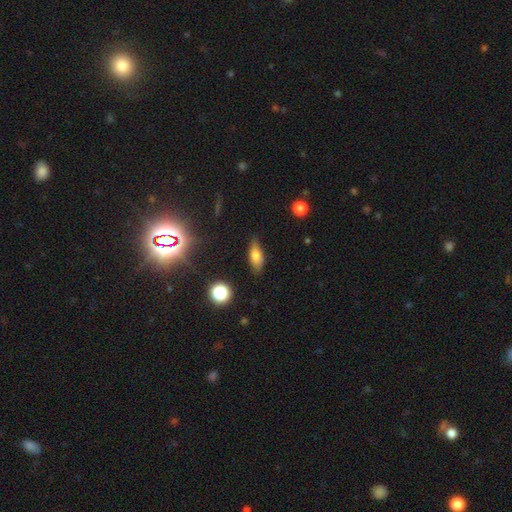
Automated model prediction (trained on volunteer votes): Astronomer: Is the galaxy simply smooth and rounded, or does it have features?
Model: smooth — 72%.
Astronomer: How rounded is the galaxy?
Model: in between — 76%.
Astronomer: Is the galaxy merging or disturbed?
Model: none — 80%.